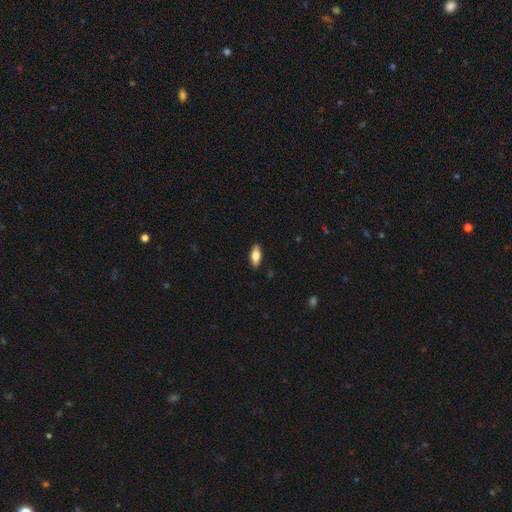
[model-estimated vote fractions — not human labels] This appears to be a smooth galaxy with no disk features (72%) that is in between round and cigar-shaped (81%). Merging: none (88%).